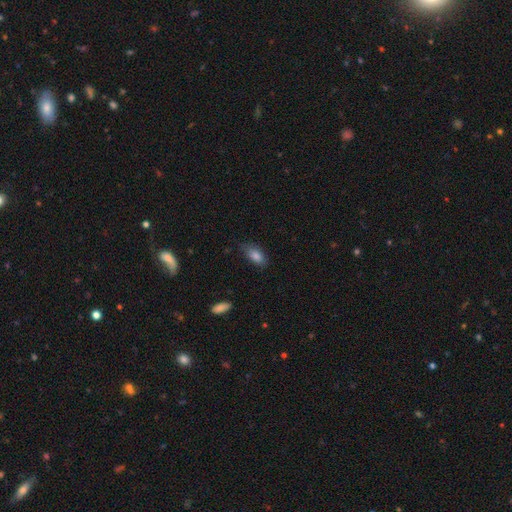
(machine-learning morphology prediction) Smooth or featured? smooth (84%)
How rounded? in between (89%)
Merging? none (74%)